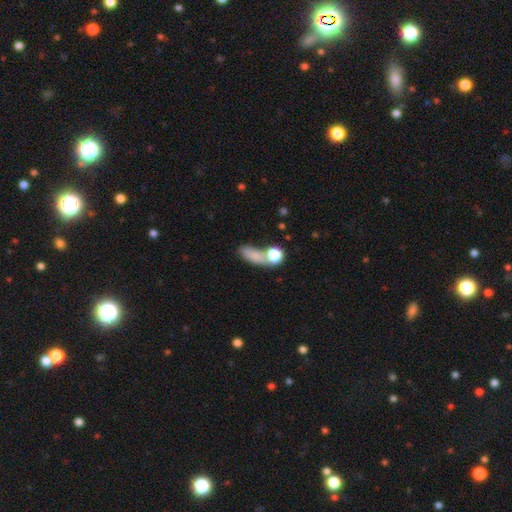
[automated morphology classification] A smooth galaxy with no disk features (76%) that is in between round and cigar-shaped (57%).

Vote fractions:
- Smooth or featured? smooth: 76% / star or artifact: 12% / featured or disk: 11%
- How rounded? in between: 57% / cigar-shaped: 26% / round: 17%
- Merging? none: 47% / merger: 26% / minor disturbance: 16% / major disturbance: 11%